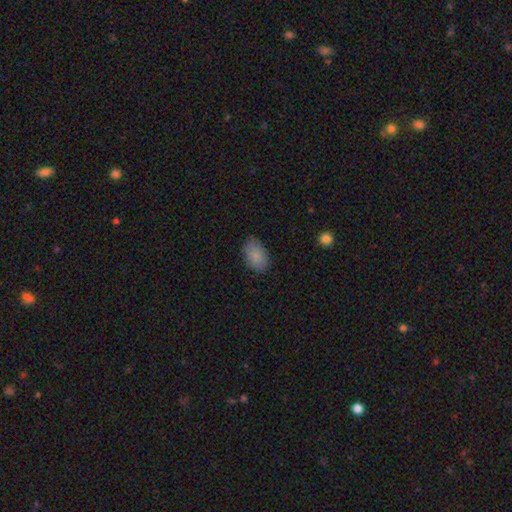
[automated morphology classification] A smooth galaxy with no disk features (86%) that is in between round and cigar-shaped (90%).

Vote fractions:
- Smooth or featured? smooth: 86% / star or artifact: 8% / featured or disk: 6%
- How rounded? in between: 90% / round: 9% / cigar-shaped: 1%
- Merging? none: 82% / minor disturbance: 14% / major disturbance: 3% / merger: 1%